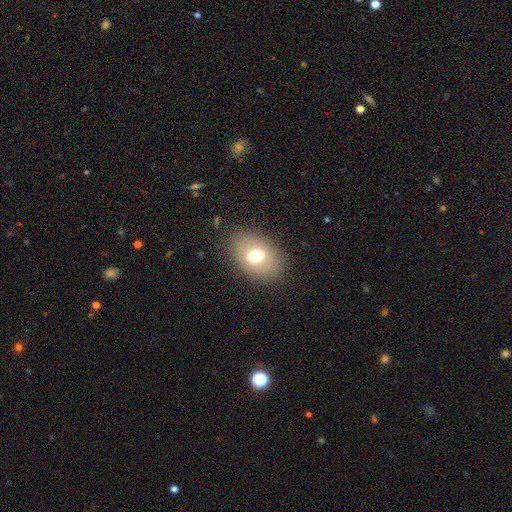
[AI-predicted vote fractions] The model was most divided on "smooth or featured": smooth: 69%, featured or disk: 20%, star or artifact: 11%. More confident: merging — none (85%); how rounded — in between (74%).